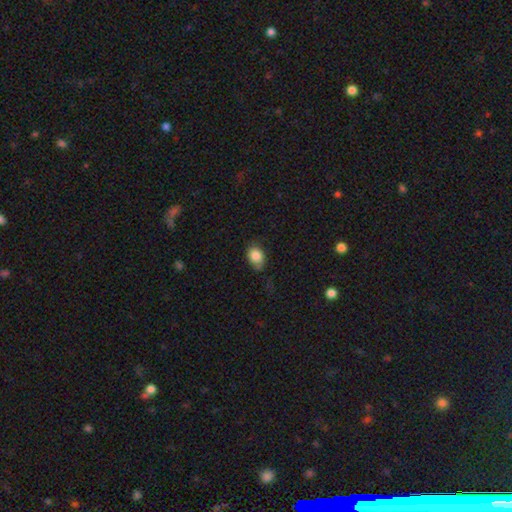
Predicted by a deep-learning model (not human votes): smooth-or-featured: smooth: 84% | star or artifact: 9% | featured or disk: 7%
  how-rounded: in between: 63% | round: 36% | cigar-shaped: 1%
  merging: none: 64% | minor disturbance: 28% | major disturbance: 6% | merger: 2%